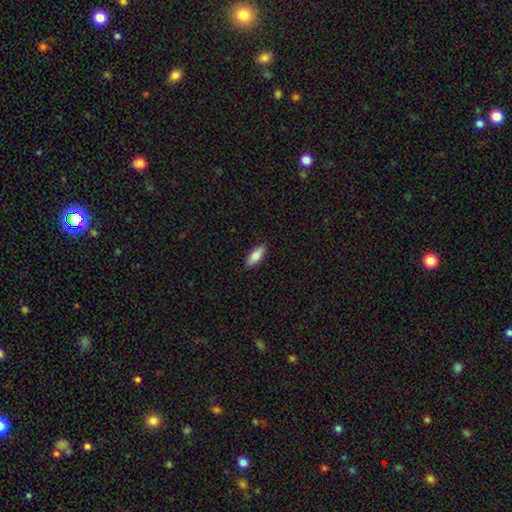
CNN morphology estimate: smooth_or_featured: smooth (p=0.81) [alt: featured or disk p=0.13]
how_rounded: in between (p=0.78) [alt: cigar-shaped p=0.20]
merging: none (p=0.87) [alt: minor disturbance p=0.10]